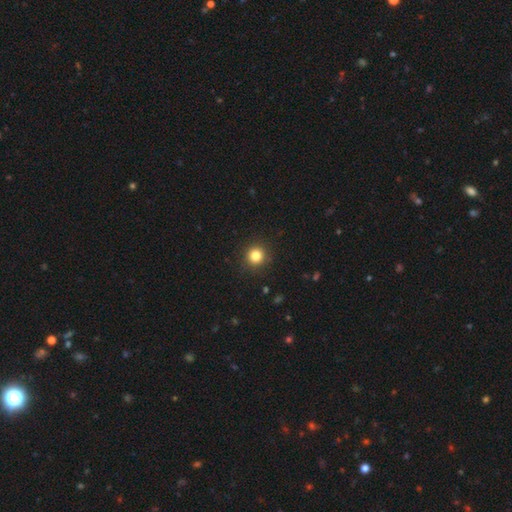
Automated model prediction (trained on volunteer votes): Smooth or featured: smooth — 83% (star or artifact — 12%)
How rounded: round — 94% (in between — 5%)
Merging: none — 91% (minor disturbance — 6%)